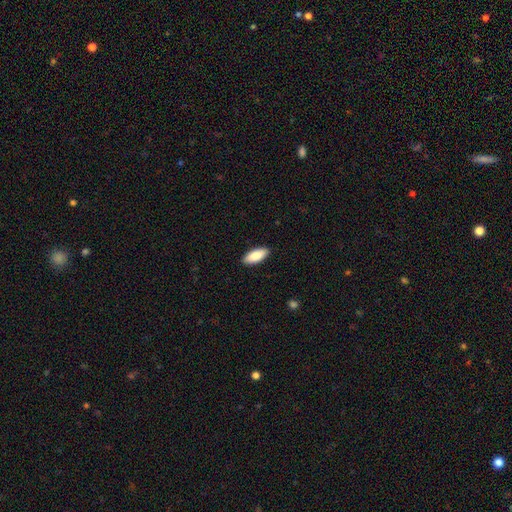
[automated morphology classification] This appears to be a smooth galaxy with no disk features (86%) that is in between round and cigar-shaped (83%). Merging: none (90%).